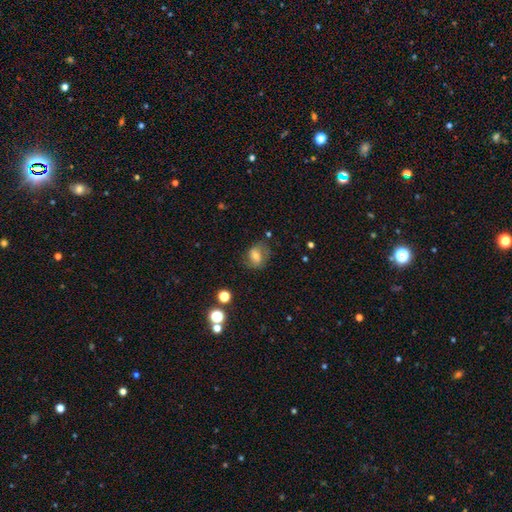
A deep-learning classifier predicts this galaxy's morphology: Smooth or featured: smooth — 52% (featured or disk — 37%)
How rounded: in between — 55% (round — 43%)
Merging: none — 65% (minor disturbance — 20%)